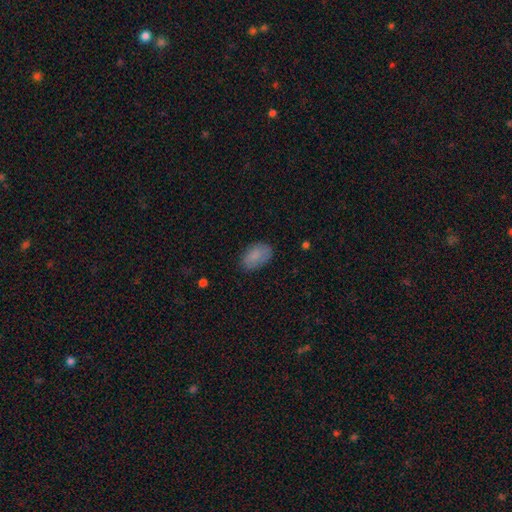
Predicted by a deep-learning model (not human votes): smooth-or-featured: smooth: 85% | star or artifact: 8% | featured or disk: 7%
  how-rounded: in between: 91% | round: 7% | cigar-shaped: 1%
  merging: none: 79% | minor disturbance: 16% | major disturbance: 4% | merger: 1%